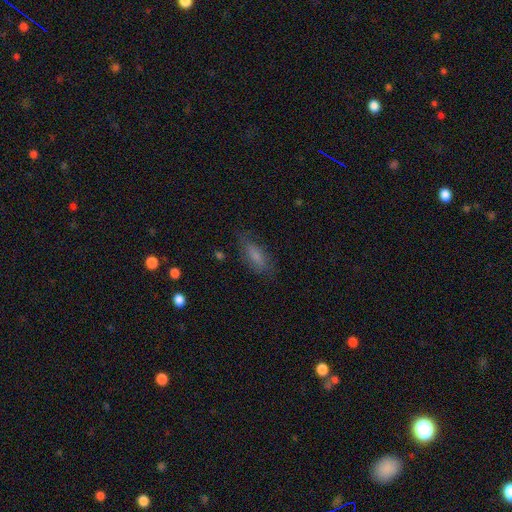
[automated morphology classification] type=smooth (71%); roundness=in between (73%); merging=none (71%).